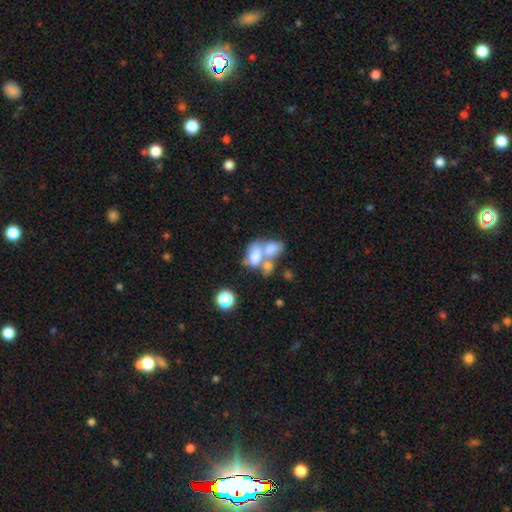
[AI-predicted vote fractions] Q: Smooth or featured?
A: smooth (66%); runner-up: featured or disk (24%)
Q: How rounded?
A: in between (88%); runner-up: round (9%)
Q: Merging?
A: merger (68%); runner-up: none (16%)